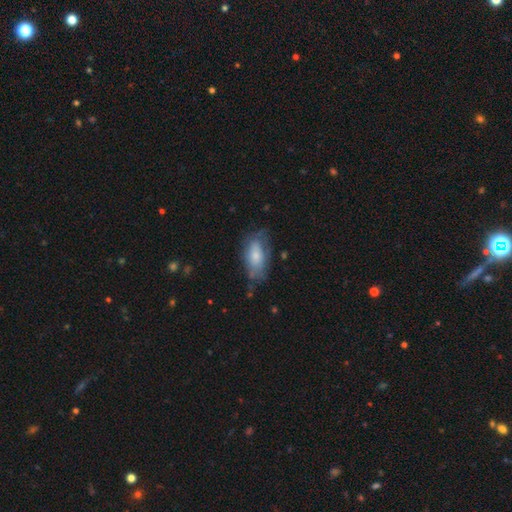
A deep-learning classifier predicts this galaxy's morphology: Overall: smooth (66%; featured or disk 27%). How rounded: in between (89%). Merging: none (54%; minor disturbance 30%).